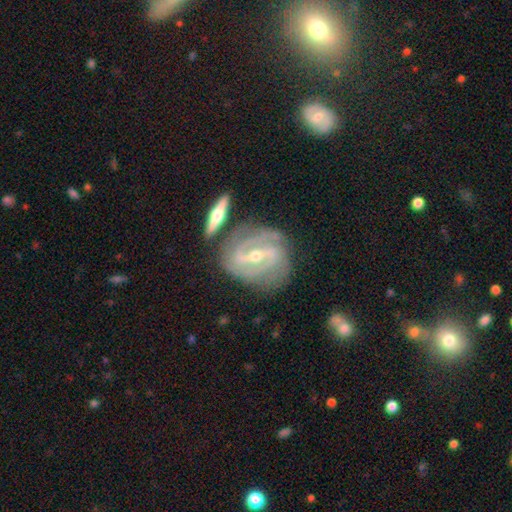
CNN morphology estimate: The model was most divided on "bulge size": moderate: 49%, small: 48%, large: 1%, none: 1%, dominant: 1%. More confident: spiral arms — yes (96%); edge-on disk — no (94%); smooth or featured — featured or disk (89%); merging — none (70%); bar — strong (57%); spiral winding — tight (54%); spiral arm count — 2 (53%).